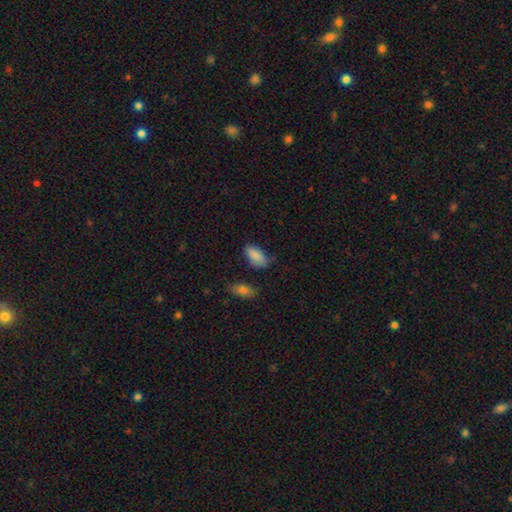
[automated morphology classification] Smooth or featured: smooth — 87% (star or artifact — 7%)
How rounded: in between — 91% (cigar-shaped — 6%)
Merging: none — 66% (minor disturbance — 25%)